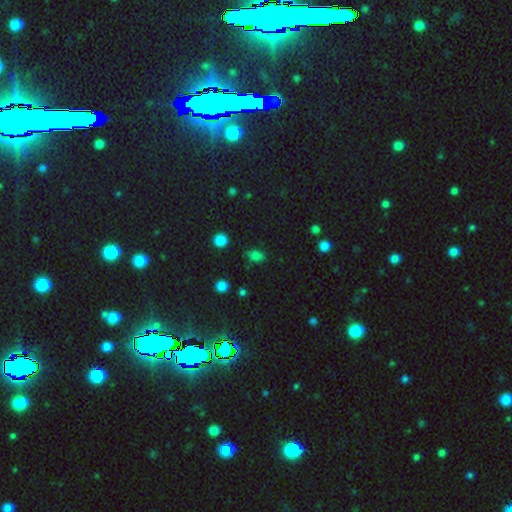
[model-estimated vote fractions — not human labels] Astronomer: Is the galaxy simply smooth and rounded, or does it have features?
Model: smooth — 72%.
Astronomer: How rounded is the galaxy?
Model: in between — 76%.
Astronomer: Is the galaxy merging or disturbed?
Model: none — 71%.